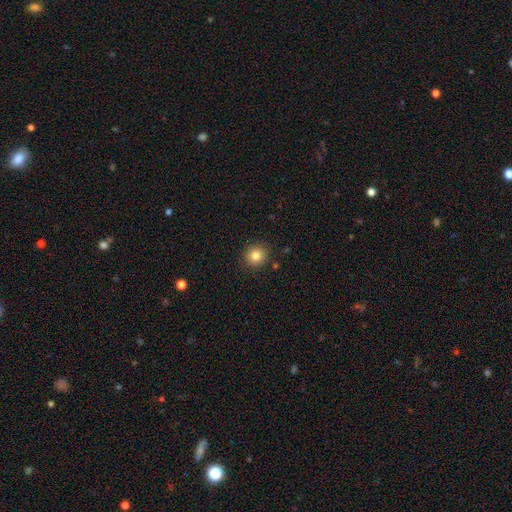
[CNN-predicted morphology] This appears to be a smooth galaxy with no disk features (81%) that is round (90%). Merging: none (90%).